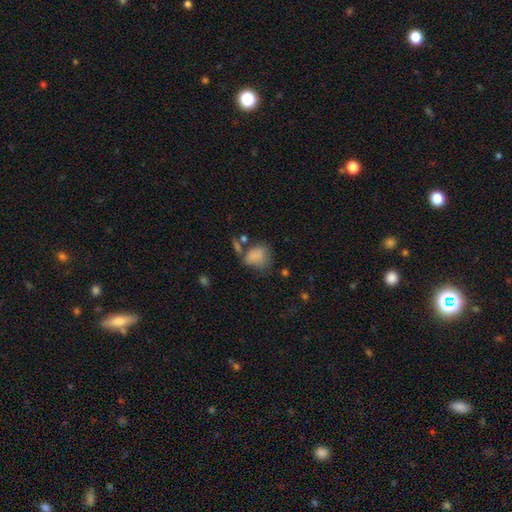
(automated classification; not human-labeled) Overall: smooth (75%). How rounded: in between (60%; round 39%). Merging: none (37%; minor disturbance 26%).